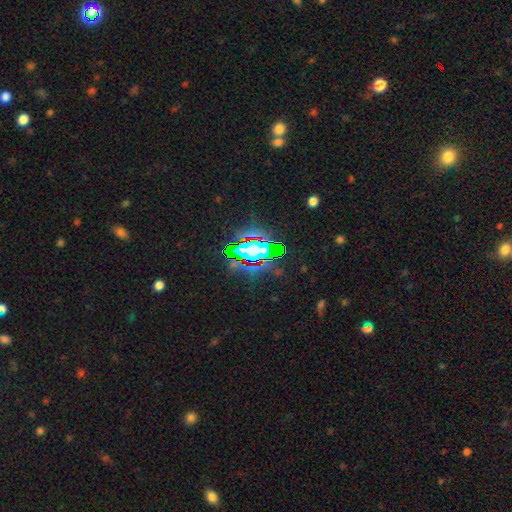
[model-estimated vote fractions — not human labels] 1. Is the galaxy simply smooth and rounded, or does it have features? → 65% star or artifact, 20% smooth, 15% featured or disk.